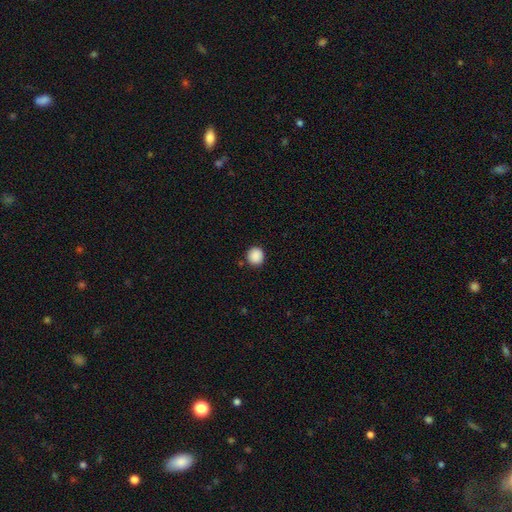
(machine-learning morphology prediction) A smooth galaxy with no disk features (89%) that is round (94%). Merging: none (91%).